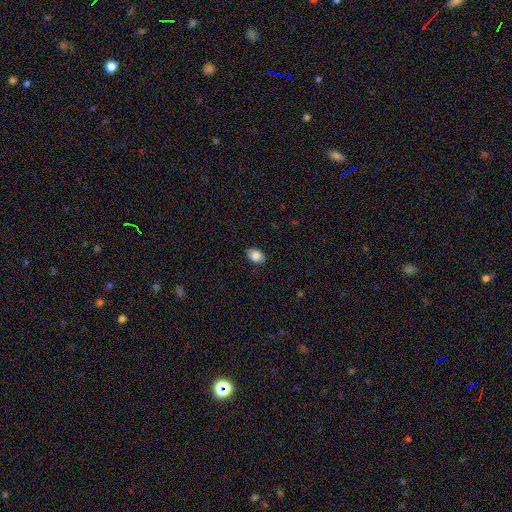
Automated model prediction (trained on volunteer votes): smooth-or-featured: smooth: 85% | star or artifact: 9% | featured or disk: 6%
  how-rounded: in between: 71% | round: 28% | cigar-shaped: 1%
  merging: none: 85% | minor disturbance: 12% | major disturbance: 2% | merger: 1%